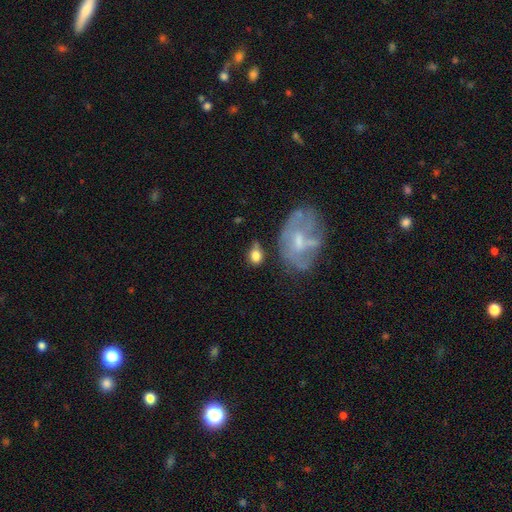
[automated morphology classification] The model was most divided on "how rounded": in between: 60%, round: 38%, cigar-shaped: 2%. More confident: smooth or featured — smooth (75%); merging — none (52%).